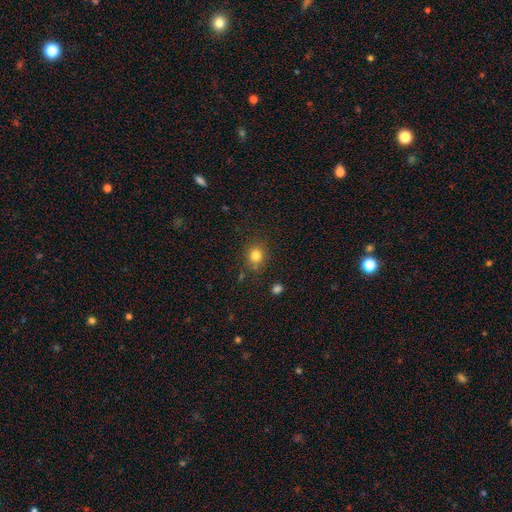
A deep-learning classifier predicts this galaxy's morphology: This appears to be a smooth galaxy with no disk features (81%) that is round (81%). Merging: none (80%).